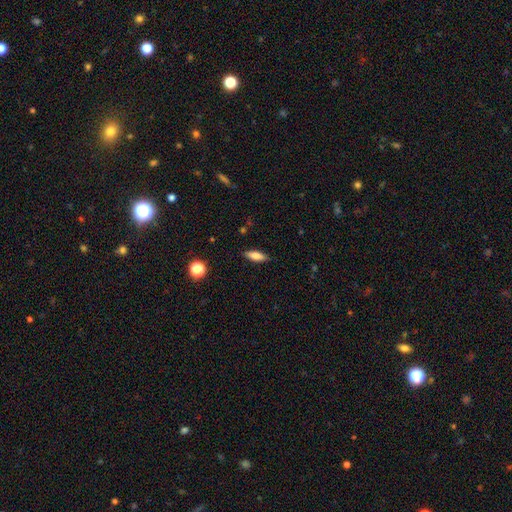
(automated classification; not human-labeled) Smooth or featured? smooth (70%)
How rounded? in between (61%)
Merging? none (87%)